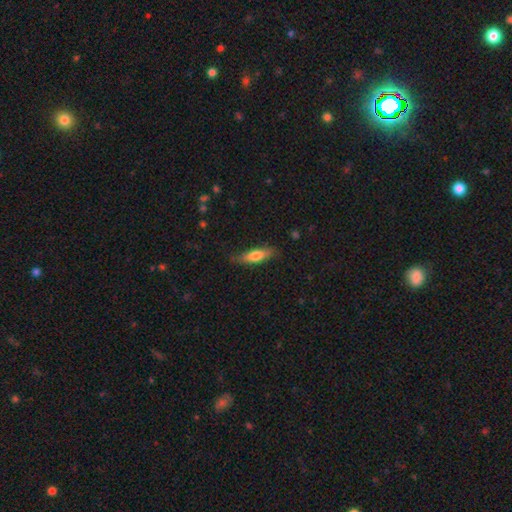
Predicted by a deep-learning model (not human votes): Smooth or featured? smooth (68%)
How rounded? cigar-shaped (53%)
Merging? none (77%)